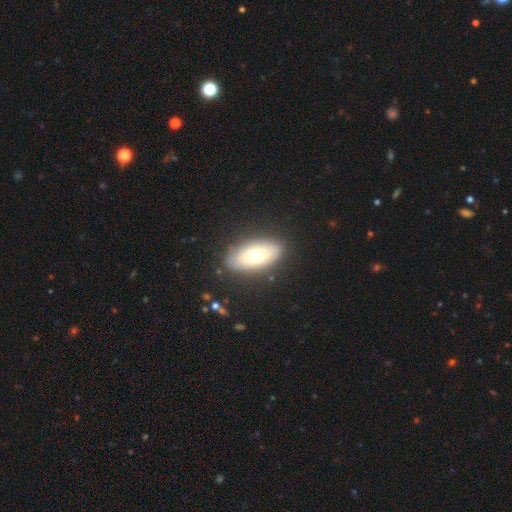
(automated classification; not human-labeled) smooth 70%, featured or disk 23%, star or artifact 7%. Down the decision tree: how rounded — in between (88%); merging — none (84%).